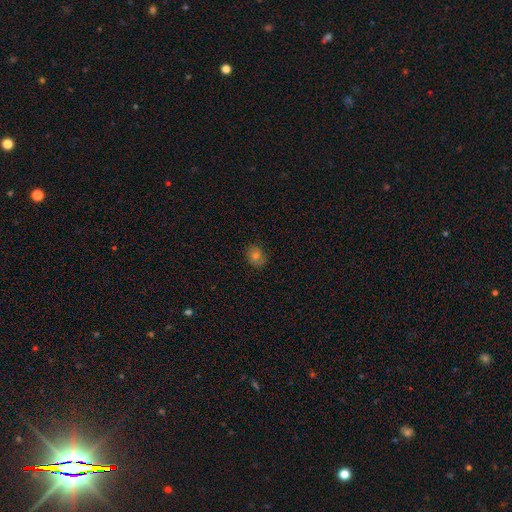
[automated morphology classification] Smooth or featured? smooth (62%)
How rounded? round (66%)
Merging? none (83%)